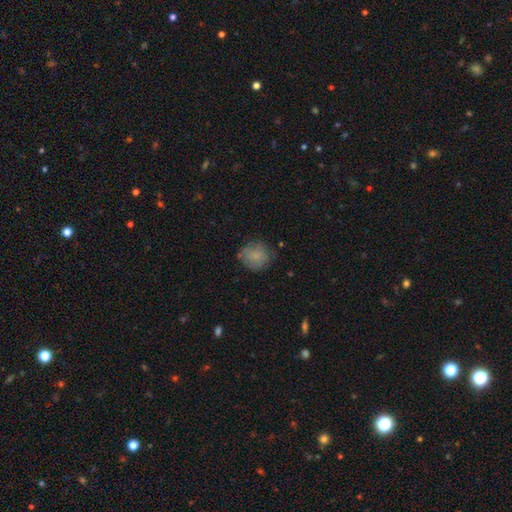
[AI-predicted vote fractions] Smooth or featured: smooth — 77% (featured or disk — 15%)
How rounded: round — 82% (in between — 17%)
Merging: none — 71% (minor disturbance — 20%)